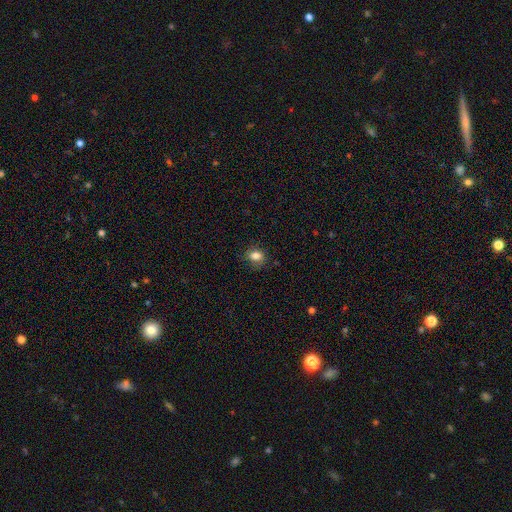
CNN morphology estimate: A smooth galaxy with no disk features (82%) that is in between round and cigar-shaped (52%). Merging: none (76%).